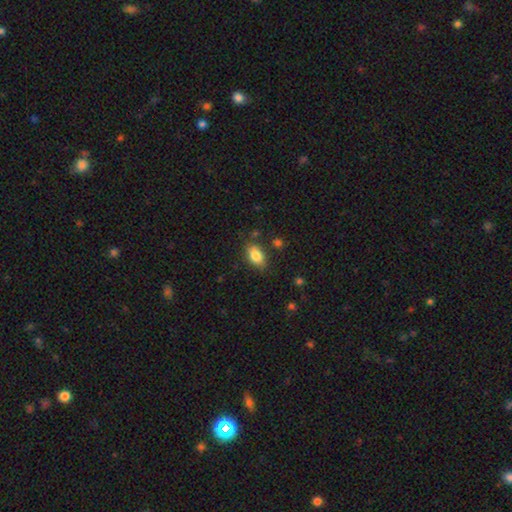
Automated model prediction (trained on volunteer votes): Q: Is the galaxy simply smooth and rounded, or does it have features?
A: smooth — 85%.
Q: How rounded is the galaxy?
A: in between — 89%.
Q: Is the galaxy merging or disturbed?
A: none — 80%.